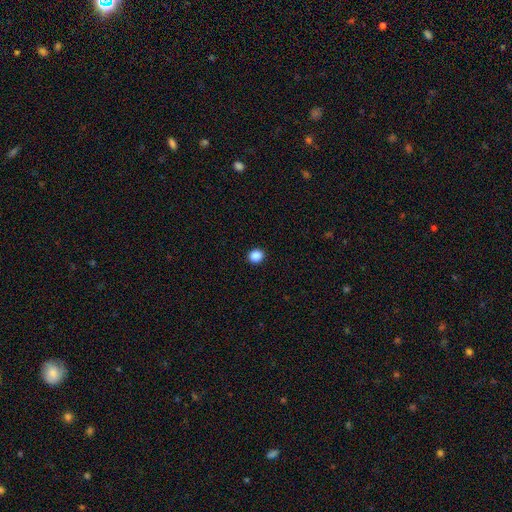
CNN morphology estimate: A smooth galaxy with no disk features (88%) that is round (85%).

Vote fractions:
- Smooth or featured? smooth: 88% / star or artifact: 10% / featured or disk: 2%
- How rounded? round: 85% / in between: 14% / cigar-shaped: 1%
- Merging? none: 93% / minor disturbance: 5% / major disturbance: 2% / merger: 1%